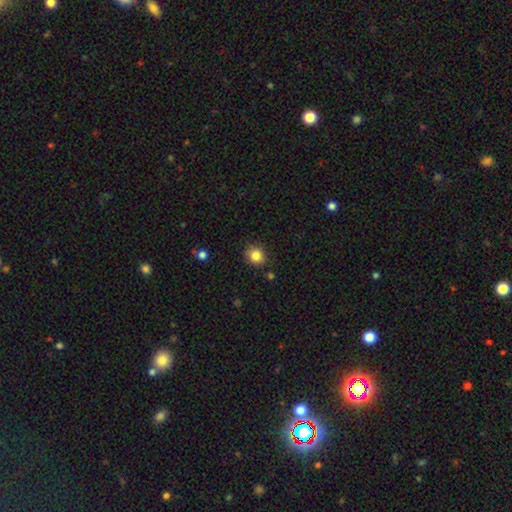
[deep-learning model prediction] Smooth or featured? Predicted: smooth (p=0.84). How rounded? Predicted: round (p=0.83). Merging? Predicted: none (p=0.86).